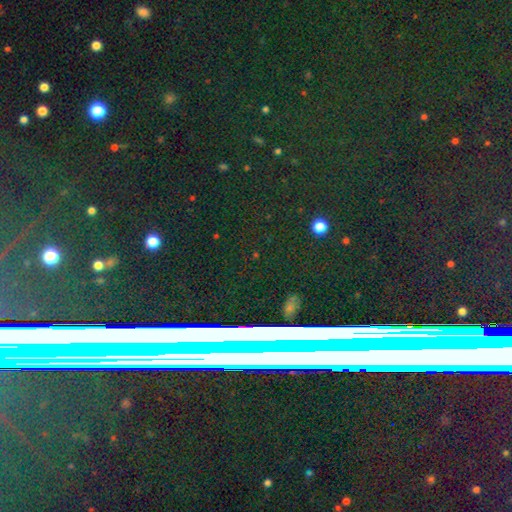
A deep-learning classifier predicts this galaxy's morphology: A star or artifact, not a galaxy (76%).

Vote fractions:
- Smooth or featured? star or artifact: 76% / featured or disk: 13% / smooth: 11%